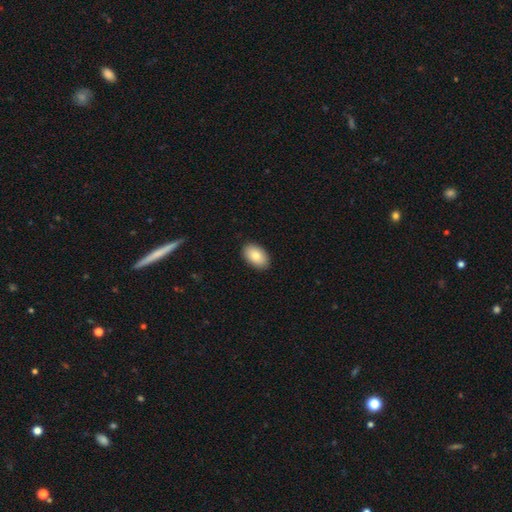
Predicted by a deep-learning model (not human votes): Smooth or featured: smooth — 84% (featured or disk — 9%)
How rounded: in between — 92% (round — 6%)
Merging: none — 90% (minor disturbance — 8%)